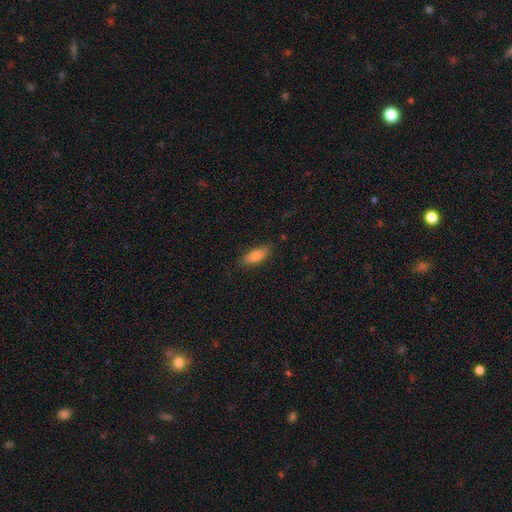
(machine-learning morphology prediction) smooth-or-featured: smooth: 83% | featured or disk: 10% | star or artifact: 7%
  how-rounded: in between: 75% | cigar-shaped: 23% | round: 2%
  merging: none: 78% | minor disturbance: 17% | major disturbance: 4% | merger: 1%